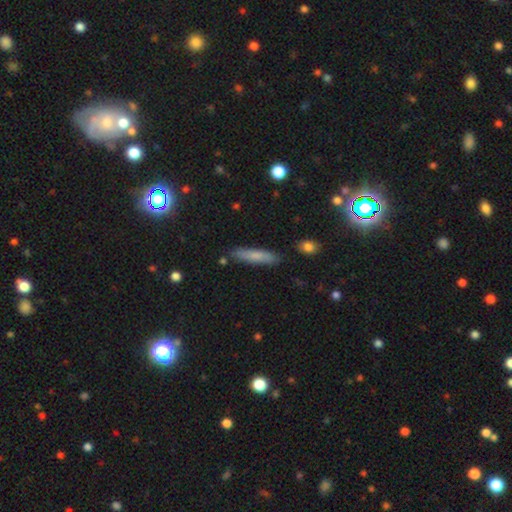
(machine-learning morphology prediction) Overall: smooth (73%). How rounded: cigar-shaped (84%). Merging: none (85%).